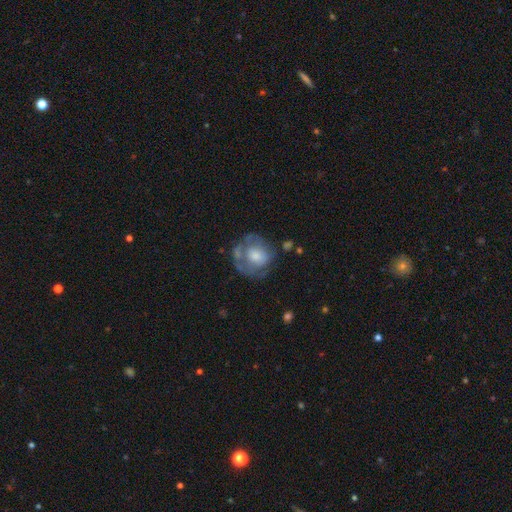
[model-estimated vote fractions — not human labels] The model was most divided on "smooth or featured": smooth: 47%, featured or disk: 45%, star or artifact: 7%. More confident: merging — none (50%).